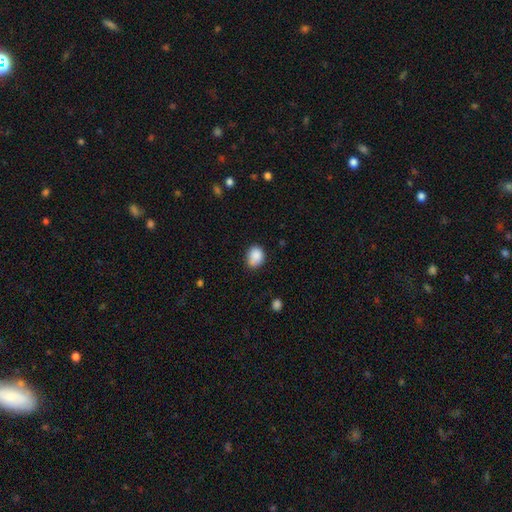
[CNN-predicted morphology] Smooth or featured? Predicted: smooth (p=0.86). How rounded? Predicted: in between (p=0.58). Merging? Predicted: none (p=0.64).